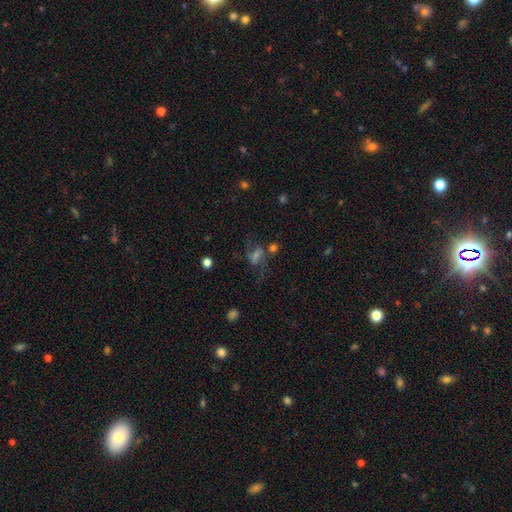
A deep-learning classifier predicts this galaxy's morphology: type=featured or disk (47%); merging=none (49%).